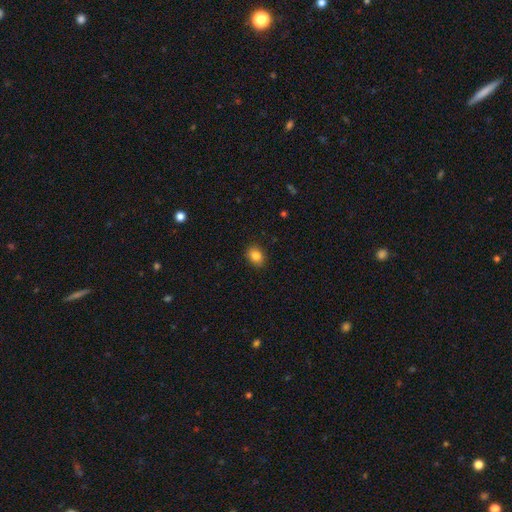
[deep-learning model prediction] Overall: smooth (84%). How rounded: in between (54%; round 45%). Merging: none (89%).